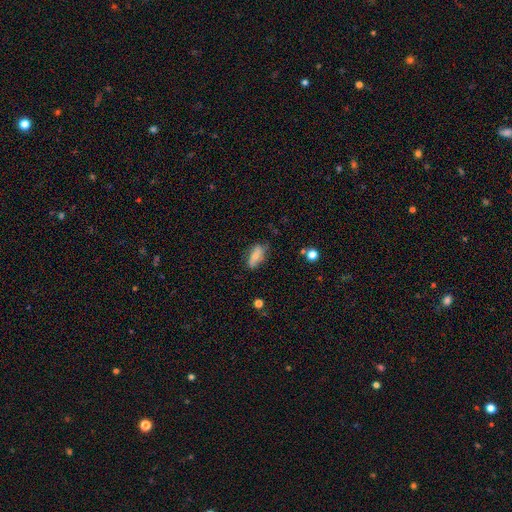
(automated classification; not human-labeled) Smooth or featured?
  - smooth: 65% *
  - featured or disk: 27%
  - star or artifact: 8%
How rounded?
  - in between: 82% *
  - cigar-shaped: 14%
  - round: 4%
Merging?
  - none: 68% *
  - minor disturbance: 24%
  - major disturbance: 6%
  - merger: 2%